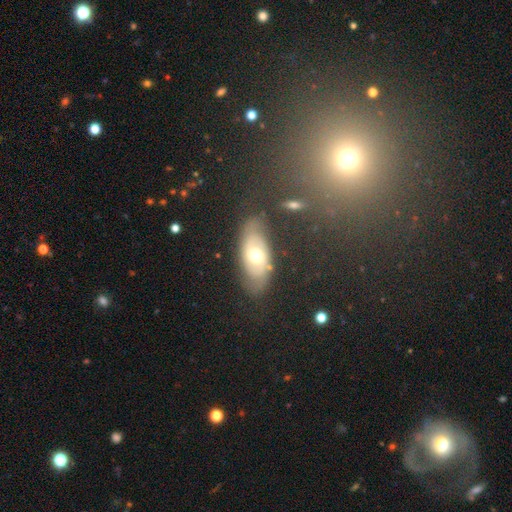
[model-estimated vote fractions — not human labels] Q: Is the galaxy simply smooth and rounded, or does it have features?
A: featured or disk — 58%.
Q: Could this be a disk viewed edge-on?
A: no — 88%.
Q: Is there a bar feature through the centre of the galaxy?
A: no — 76%.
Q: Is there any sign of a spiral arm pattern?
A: yes — 68%.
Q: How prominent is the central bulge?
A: moderate — 72%.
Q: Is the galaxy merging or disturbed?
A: none — 73%.